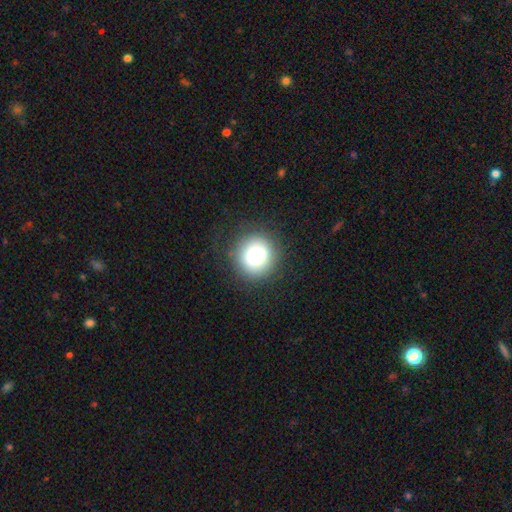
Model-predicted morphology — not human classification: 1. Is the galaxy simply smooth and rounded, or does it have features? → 78% smooth, 11% star or artifact, 11% featured or disk.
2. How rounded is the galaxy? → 93% round, 6% in between, 1% cigar-shaped.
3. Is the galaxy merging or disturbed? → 85% none, 10% minor disturbance, 5% major disturbance, 1% merger.